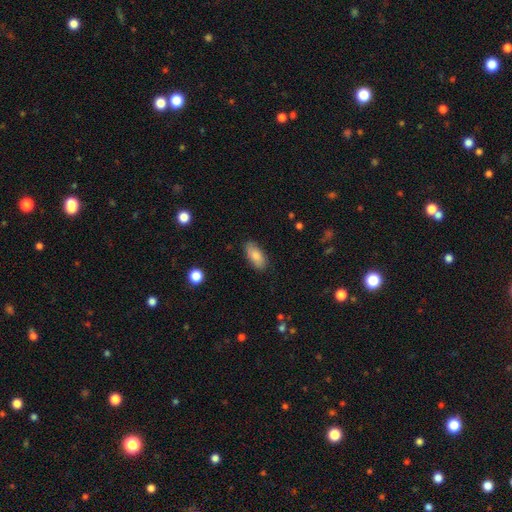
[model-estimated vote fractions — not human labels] A smooth galaxy with no disk features (81%) that is in between round and cigar-shaped (89%). Merging: none (82%).